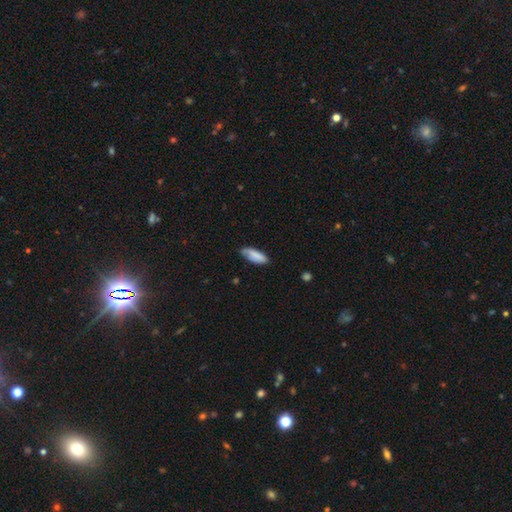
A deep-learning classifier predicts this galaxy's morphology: The model was most divided on "merging": none: 69%, minor disturbance: 24%, major disturbance: 5%, merger: 2%. More confident: smooth or featured — smooth (81%); how rounded — in between (72%).